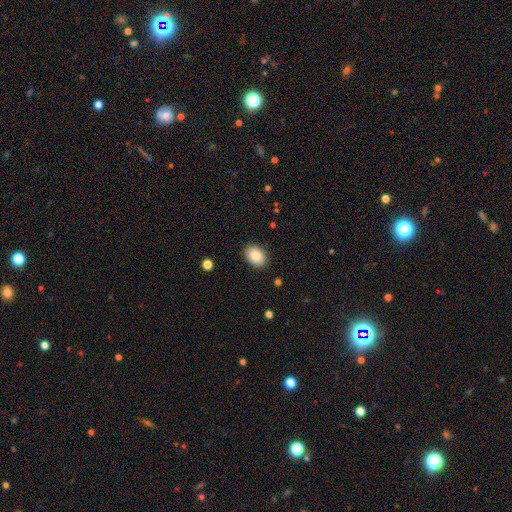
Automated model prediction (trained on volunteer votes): Smooth or featured? smooth (87%)
How rounded? in between (79%)
Merging? none (88%)